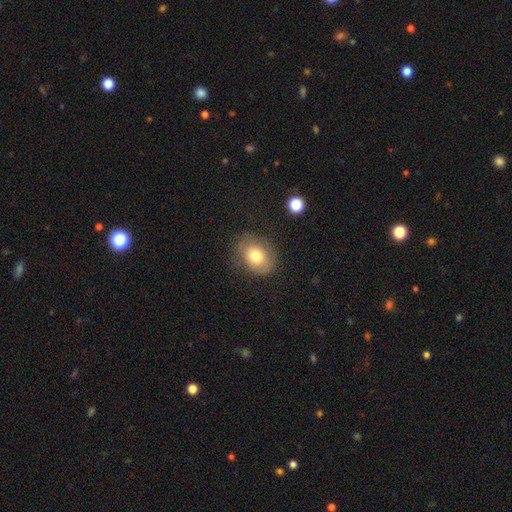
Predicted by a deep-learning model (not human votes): Smooth or featured? Predicted: smooth (p=0.73). How rounded? Predicted: in between (p=0.59). Merging? Predicted: none (p=0.73).